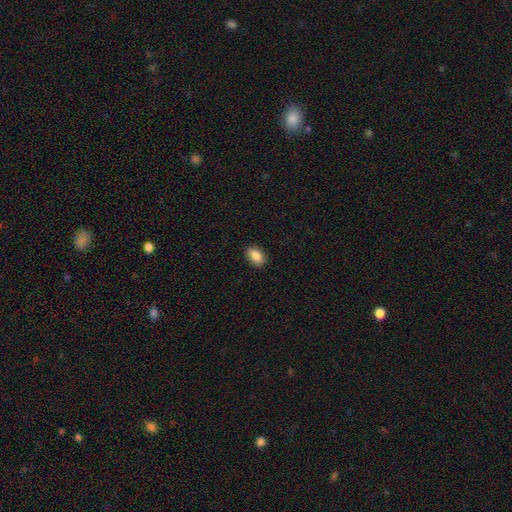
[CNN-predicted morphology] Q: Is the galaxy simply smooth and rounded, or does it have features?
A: smooth — 88%.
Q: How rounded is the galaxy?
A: in between — 90%.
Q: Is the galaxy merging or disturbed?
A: none — 88%.